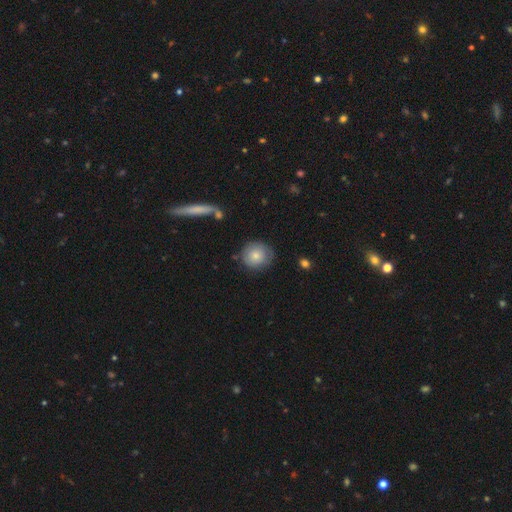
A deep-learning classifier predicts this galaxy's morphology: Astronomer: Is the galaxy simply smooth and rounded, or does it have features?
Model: smooth — 74%.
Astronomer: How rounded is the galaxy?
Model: round — 87%.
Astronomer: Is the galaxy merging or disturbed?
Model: none — 76%.